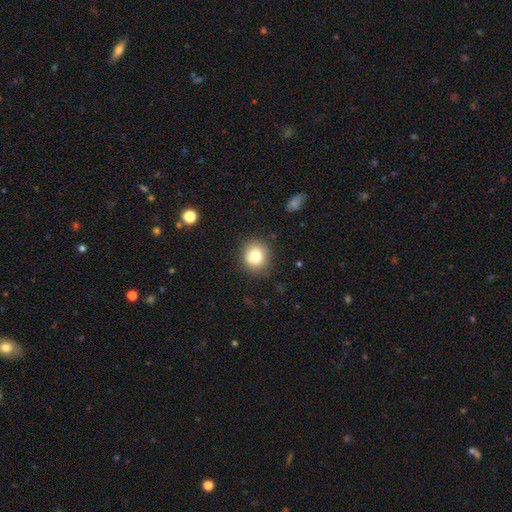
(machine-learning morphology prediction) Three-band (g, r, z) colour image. It shows a smooth galaxy with no disk features (79%) that is round (86%). Merging: none (85%).